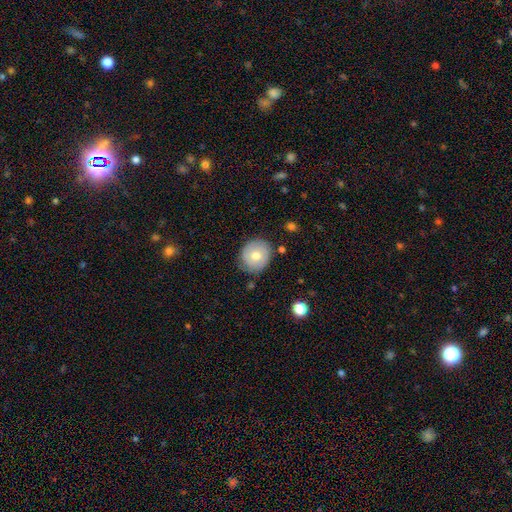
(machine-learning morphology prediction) Q: Smooth or featured?
A: smooth (68%); runner-up: featured or disk (24%)
Q: How rounded?
A: round (80%); runner-up: in between (19%)
Q: Merging?
A: none (80%); runner-up: minor disturbance (15%)